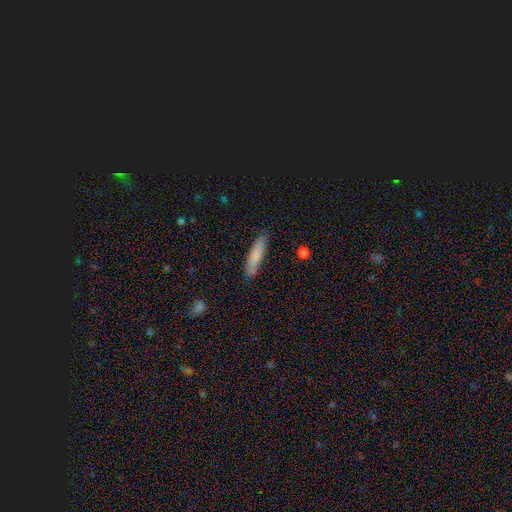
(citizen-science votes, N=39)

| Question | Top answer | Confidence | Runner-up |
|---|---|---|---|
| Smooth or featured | smooth | 79% | featured or disk (15%) |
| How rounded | cigar-shaped | 84% | in between (16%) |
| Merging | none | 86% | minor disturbance (8%) |